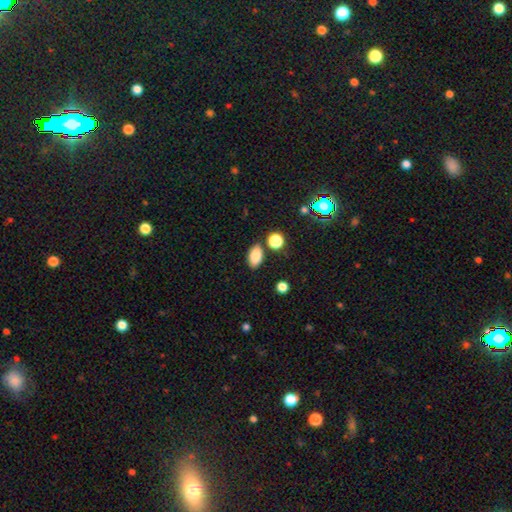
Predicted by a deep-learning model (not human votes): Smooth or featured?
  - smooth: 84% *
  - star or artifact: 10%
  - featured or disk: 6%
How rounded?
  - in between: 90% *
  - round: 8%
  - cigar-shaped: 2%
Merging?
  - none: 81% *
  - minor disturbance: 11%
  - merger: 5%
  - major disturbance: 3%